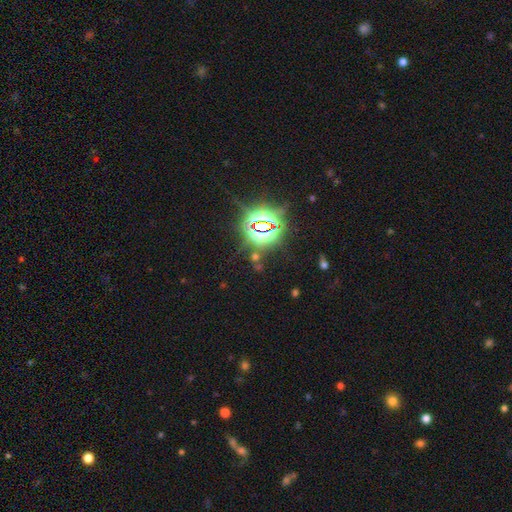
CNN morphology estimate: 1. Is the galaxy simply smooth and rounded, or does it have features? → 82% star or artifact, 10% smooth, 8% featured or disk.